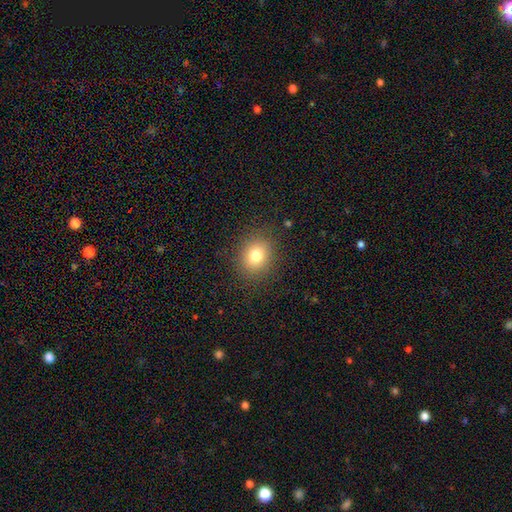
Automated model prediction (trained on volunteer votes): Morphology: type=smooth (79%); roundness=round (63%); merging=none (87%).